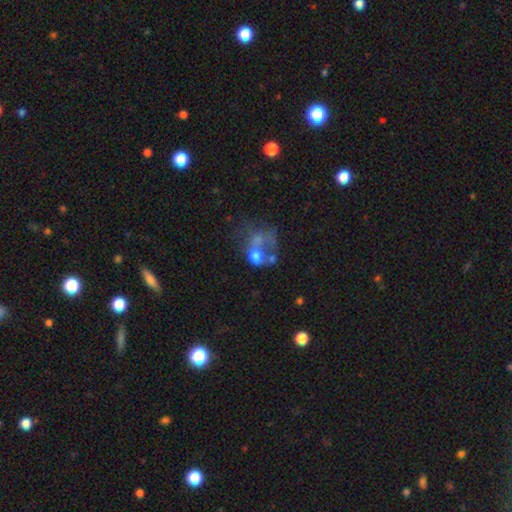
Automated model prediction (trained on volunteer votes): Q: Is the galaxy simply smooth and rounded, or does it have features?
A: smooth — 51%.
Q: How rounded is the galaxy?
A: in between — 51%.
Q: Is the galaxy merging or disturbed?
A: merger — 39%.